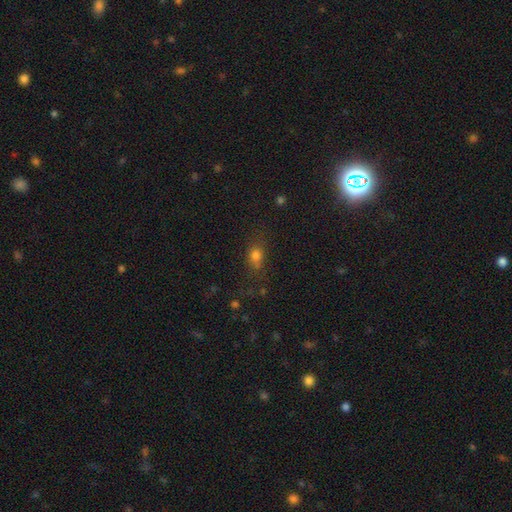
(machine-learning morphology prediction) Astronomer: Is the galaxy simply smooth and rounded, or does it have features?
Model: smooth — 73%.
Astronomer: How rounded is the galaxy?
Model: in between — 52% (runner-up: round, 42%).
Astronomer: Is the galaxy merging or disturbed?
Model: none — 61%.